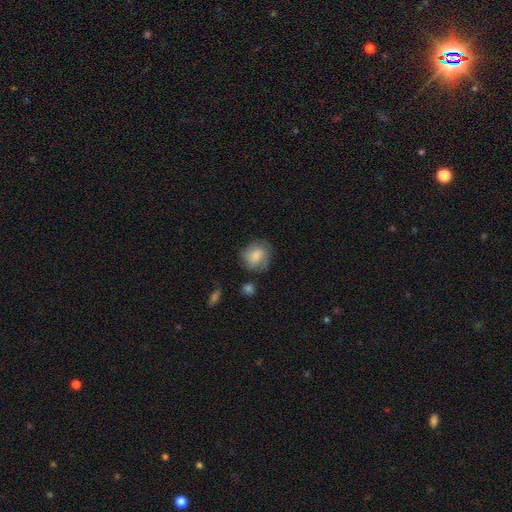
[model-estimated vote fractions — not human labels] Smooth or featured: smooth — 70% (featured or disk — 23%)
How rounded: round — 71% (in between — 27%)
Merging: none — 66% (minor disturbance — 22%)